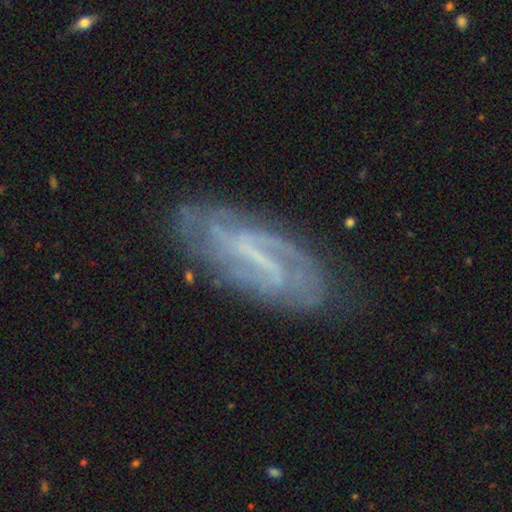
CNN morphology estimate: Q: Smooth or featured?
A: featured or disk (80%); runner-up: smooth (12%)
Q: Edge-on disk?
A: no (91%); runner-up: yes (9%)
Q: Bar?
A: strong (43%); runner-up: weak (39%)
Q: Spiral arms?
A: yes (90%); runner-up: no (10%)
Q: Spiral winding?
A: tight (44%); runner-up: medium (38%)
Q: Spiral arm count?
A: 2 (44%); runner-up: can't tell (33%)
Q: Bulge size?
A: none (53%); runner-up: small (33%)
Q: Merging?
A: none (74%); runner-up: minor disturbance (17%)